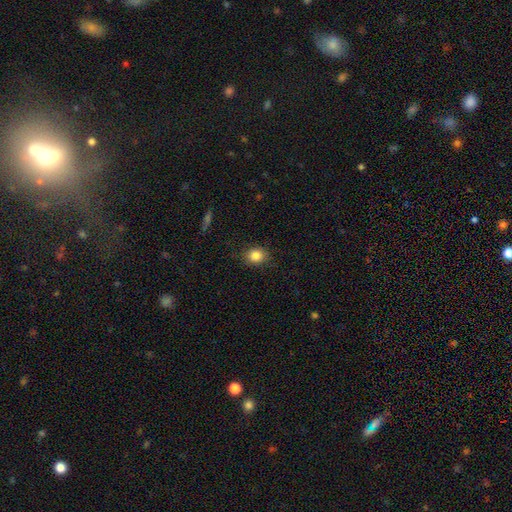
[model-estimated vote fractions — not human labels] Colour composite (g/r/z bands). It shows a smooth galaxy with no disk features (85%) that is round (61%). Merging: none (85%).